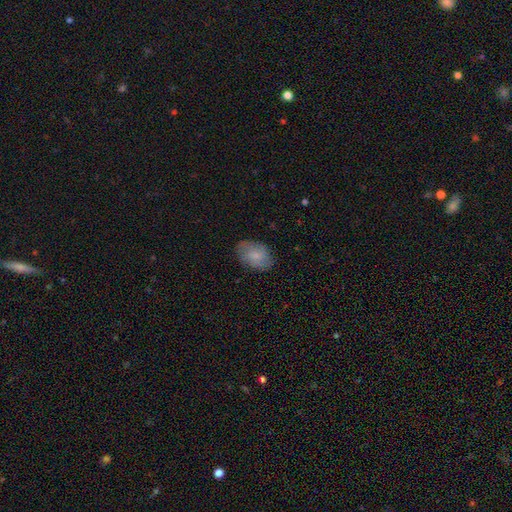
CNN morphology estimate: smooth 72%, featured or disk 21%, star or artifact 7%. Down the decision tree: how rounded — in between (87%); merging — none (78%).